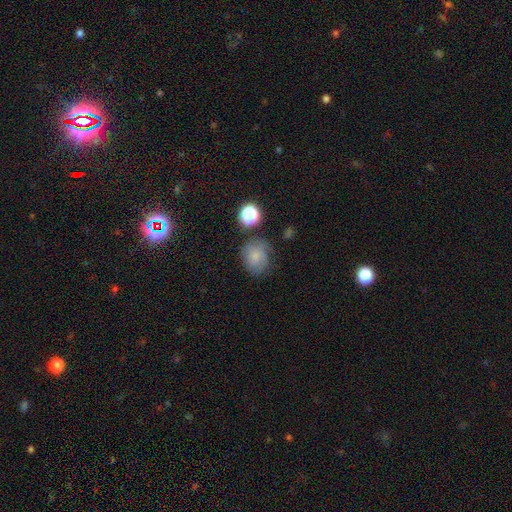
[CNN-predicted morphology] This appears to be a smooth galaxy with no disk features (72%) that is round (74%). Merging: none (62%).